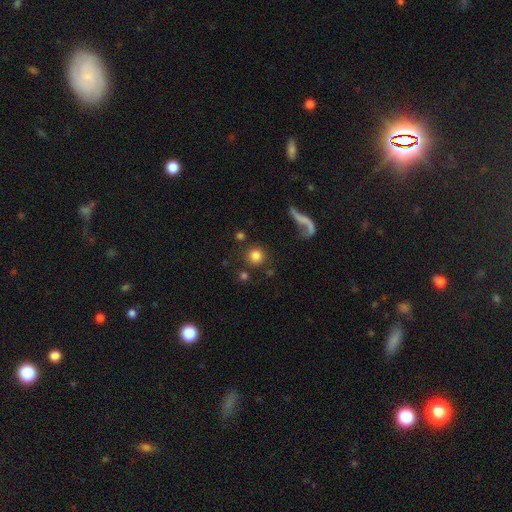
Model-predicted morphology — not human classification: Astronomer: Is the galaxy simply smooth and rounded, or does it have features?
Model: smooth — 79%.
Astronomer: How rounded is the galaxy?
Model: round — 94%.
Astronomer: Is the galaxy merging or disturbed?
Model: none — 81%.